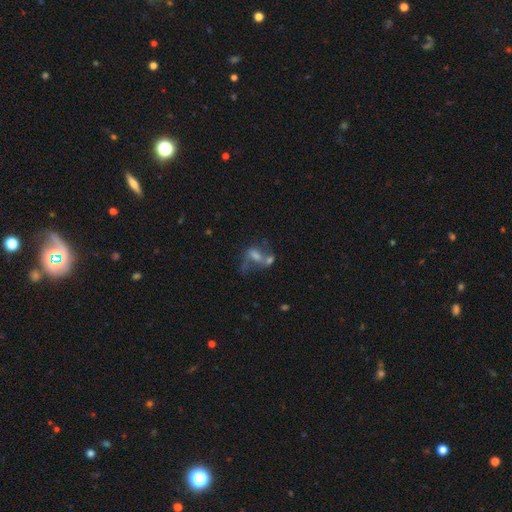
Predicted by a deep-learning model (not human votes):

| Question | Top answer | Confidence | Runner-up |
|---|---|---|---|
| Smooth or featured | featured or disk | 44% | smooth (42%) |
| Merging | merger | 43% | major disturbance (22%) |